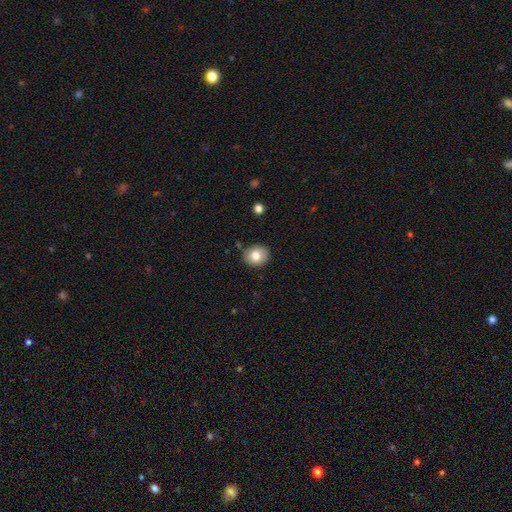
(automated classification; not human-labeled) The model was most divided on "how rounded": round: 75%, in between: 24%, cigar-shaped: 1%. More confident: merging — none (86%); smooth or featured — smooth (81%).